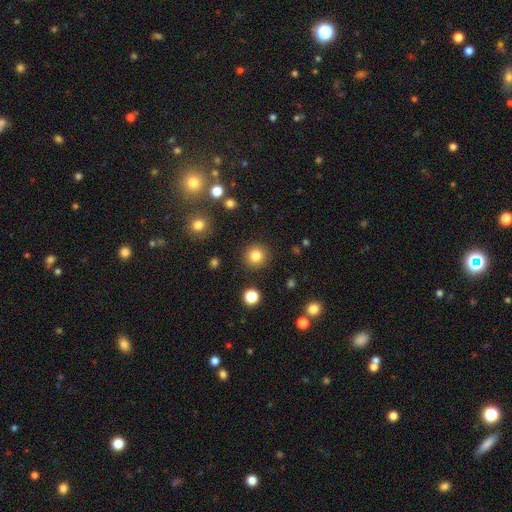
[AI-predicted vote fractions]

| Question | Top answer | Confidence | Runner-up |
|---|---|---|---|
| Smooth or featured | smooth | 83% | star or artifact (11%) |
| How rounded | round | 94% | in between (5%) |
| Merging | none | 91% | minor disturbance (6%) |